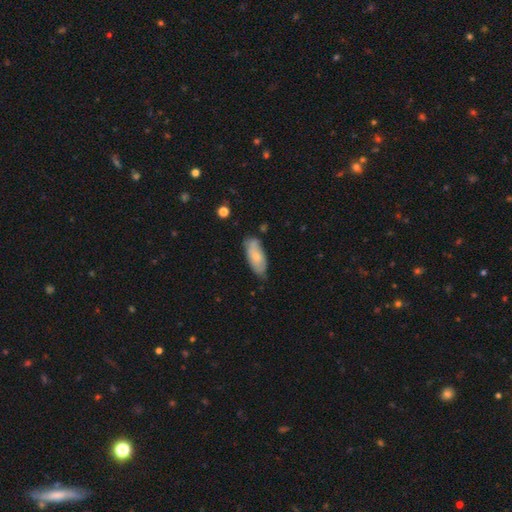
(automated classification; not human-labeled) Smooth or featured? Predicted: smooth (p=0.71). How rounded? Predicted: in between (p=0.81). Merging? Predicted: none (p=0.64).